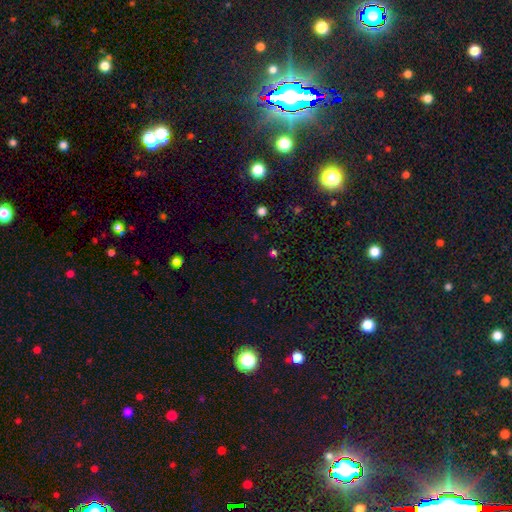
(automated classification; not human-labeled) Smooth or featured?
  - star or artifact: 56% *
  - smooth: 37%
  - featured or disk: 6%